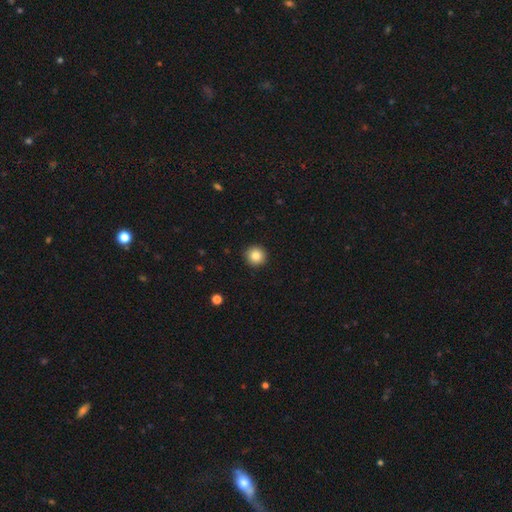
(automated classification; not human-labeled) smooth-or-featured: smooth: 85% | star or artifact: 9% | featured or disk: 6%
  how-rounded: round: 95% | in between: 4% | cigar-shaped: 1%
  merging: none: 93% | minor disturbance: 5% | major disturbance: 2% | merger: 1%